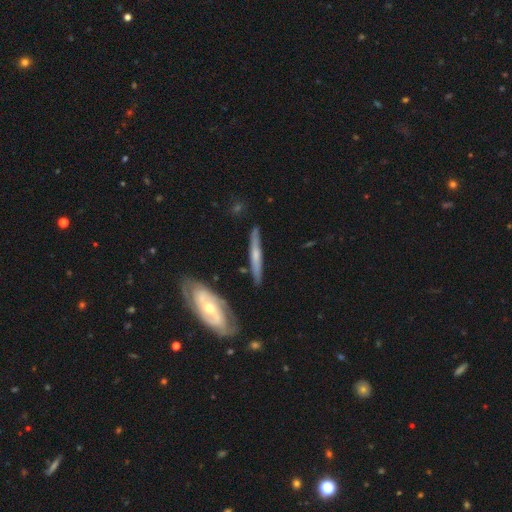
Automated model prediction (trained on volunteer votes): smooth_or_featured: featured or disk (p=0.63) [alt: smooth p=0.31]
disk_edge_on: yes (p=0.85) [alt: no p=0.15]
edge_on_bulge: rounded (p=0.56) [alt: none p=0.35]
merging: none (p=0.82) [alt: minor disturbance p=0.13]